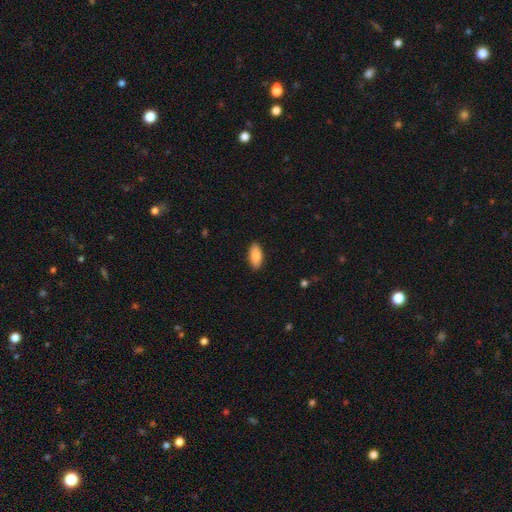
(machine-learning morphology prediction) Overall: smooth (89%). How rounded: in between (88%). Merging: none (89%).